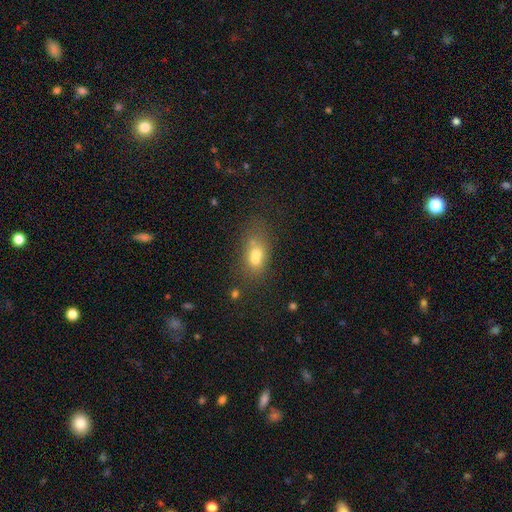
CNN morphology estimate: smooth_or_featured: smooth (p=0.61) [alt: featured or disk p=0.25]
how_rounded: in between (p=0.72) [alt: round p=0.21]
merging: merger (p=0.49) [alt: none p=0.29]